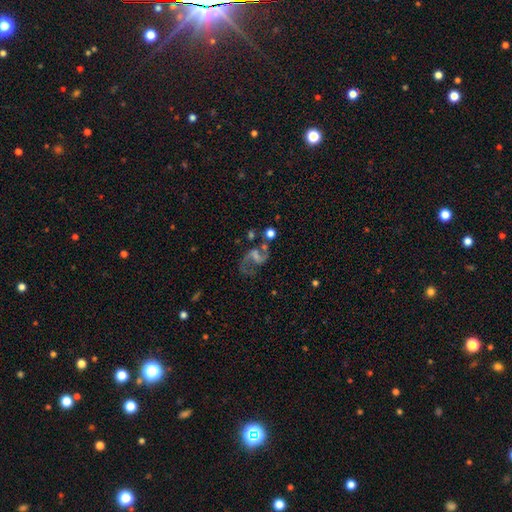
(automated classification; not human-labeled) Q: Smooth or featured?
A: featured or disk (77%); runner-up: smooth (12%)
Q: Edge-on disk?
A: no (98%); runner-up: yes (2%)
Q: Bar?
A: weak (47%); runner-up: no (30%)
Q: Spiral arms?
A: yes (90%); runner-up: no (10%)
Q: Spiral winding?
A: loose (61%); runner-up: medium (33%)
Q: Spiral arm count?
A: 2 (84%); runner-up: 1 (9%)
Q: Bulge size?
A: none (44%); runner-up: small (34%)
Q: Merging?
A: none (49%); runner-up: major disturbance (22%)